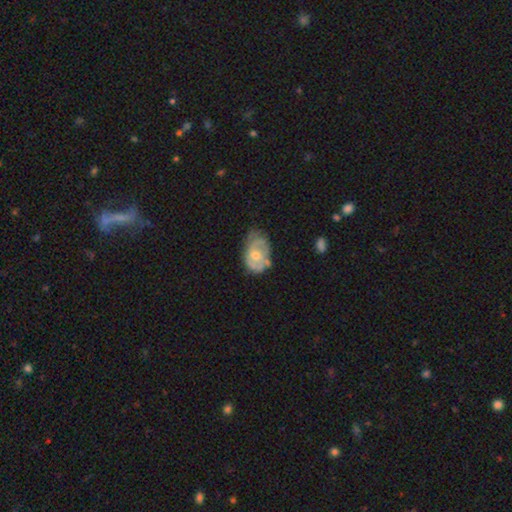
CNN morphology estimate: Smooth or featured? Predicted: featured or disk (p=0.63). Edge-on disk? Predicted: no (p=0.96). Bar? Predicted: no (p=0.75). Spiral arms? Predicted: yes (p=0.64). Bulge size? Predicted: moderate (p=0.61). Merging? Predicted: none (p=0.52).